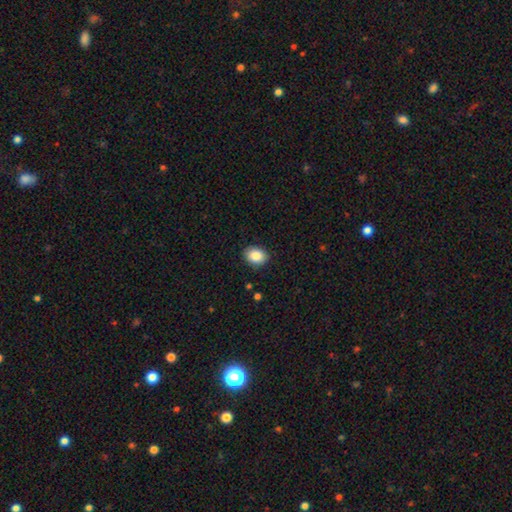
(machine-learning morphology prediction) A smooth galaxy with no disk features (86%) that is in between round and cigar-shaped (58%). Merging: none (89%).